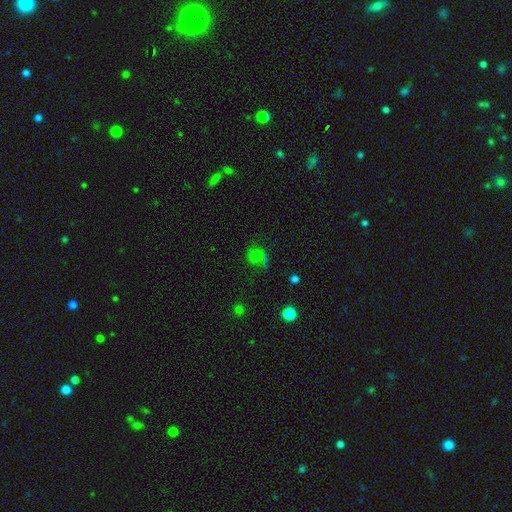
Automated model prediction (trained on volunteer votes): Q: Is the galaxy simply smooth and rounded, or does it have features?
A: smooth — 51%.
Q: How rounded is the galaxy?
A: round — 77%.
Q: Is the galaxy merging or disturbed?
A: none — 57%.